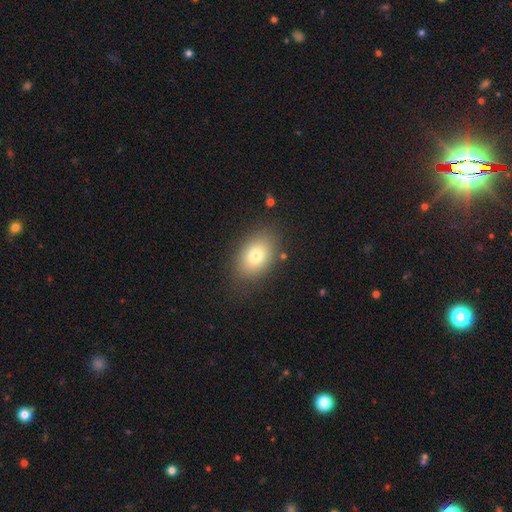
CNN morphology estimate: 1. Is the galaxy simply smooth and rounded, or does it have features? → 78% smooth, 12% featured or disk, 10% star or artifact.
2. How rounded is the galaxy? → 81% in between, 18% round, 1% cigar-shaped.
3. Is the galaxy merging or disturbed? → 82% none, 12% minor disturbance, 4% major disturbance, 2% merger.